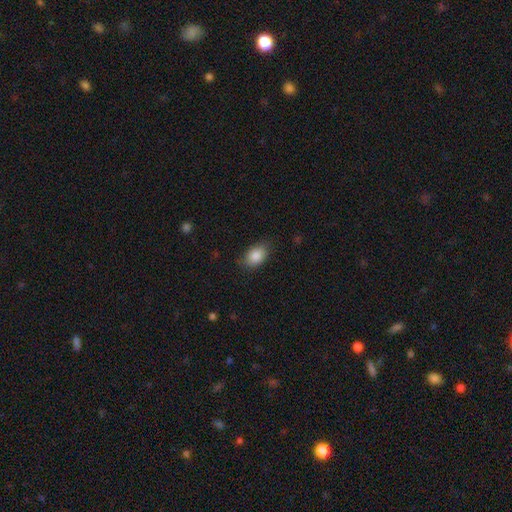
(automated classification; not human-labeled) This appears to be a smooth galaxy with no disk features (88%) that is in between round and cigar-shaped (87%). Merging: none (81%).